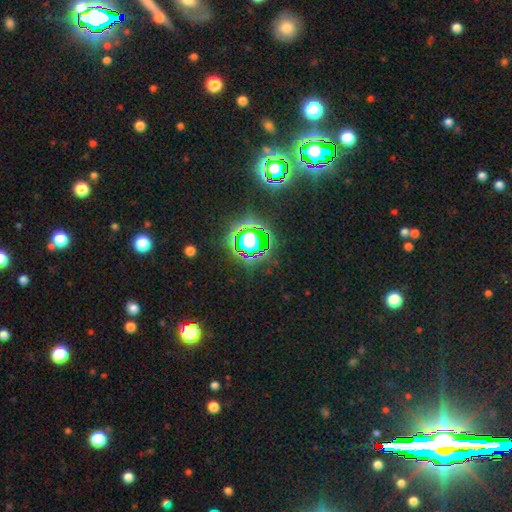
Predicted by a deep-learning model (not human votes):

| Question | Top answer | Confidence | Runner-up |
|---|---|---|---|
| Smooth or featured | star or artifact | 77% | smooth (14%) |